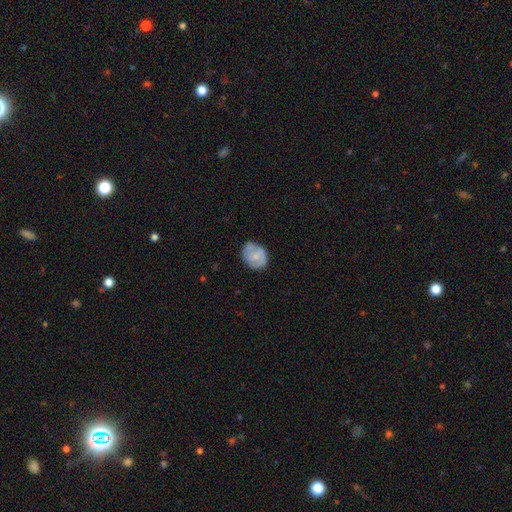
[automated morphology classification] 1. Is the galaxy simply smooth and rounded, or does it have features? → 53% smooth, 40% featured or disk, 7% star or artifact.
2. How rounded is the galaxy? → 57% round, 42% in between, 1% cigar-shaped.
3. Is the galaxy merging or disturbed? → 64% none, 27% minor disturbance, 7% major disturbance, 2% merger.